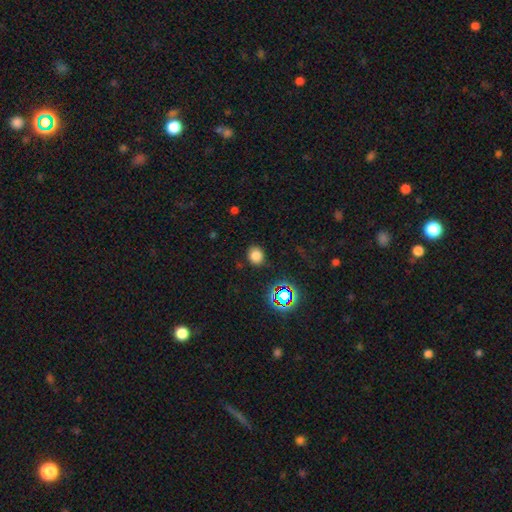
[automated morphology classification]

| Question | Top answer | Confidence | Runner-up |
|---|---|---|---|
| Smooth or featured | smooth | 75% | star or artifact (19%) |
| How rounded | round | 70% | in between (29%) |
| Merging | none | 85% | minor disturbance (10%) |